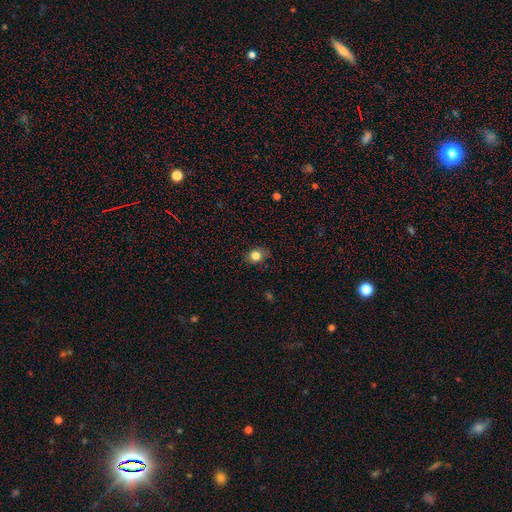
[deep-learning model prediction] A smooth galaxy with no disk features (81%) that is round (64%).

Vote fractions:
- Smooth or featured? smooth: 81% / star or artifact: 12% / featured or disk: 7%
- How rounded? round: 64% / in between: 35% / cigar-shaped: 1%
- Merging? none: 81% / minor disturbance: 14% / major disturbance: 3% / merger: 1%